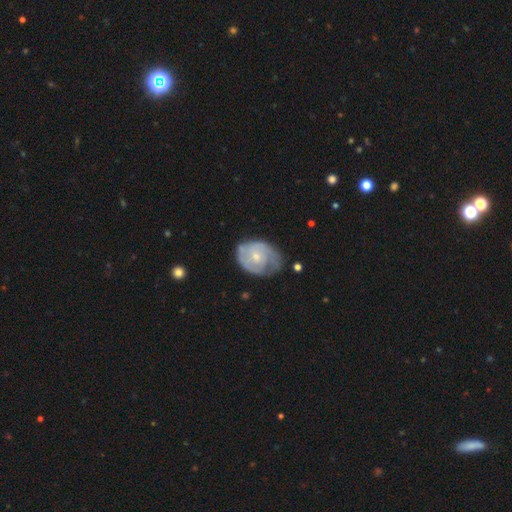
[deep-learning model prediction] Smooth or featured: featured or disk — 69% (smooth — 25%)
Edge-on disk: no — 97% (yes — 3%)
Bar: no — 65% (weak — 31%)
Spiral arms: yes — 83% (no — 17%)
Spiral winding: tight — 57% (medium — 32%)
Spiral arm count: 2 — 39% (can't tell — 35%)
Bulge size: small — 60% (moderate — 34%)
Merging: none — 53% (minor disturbance — 31%)